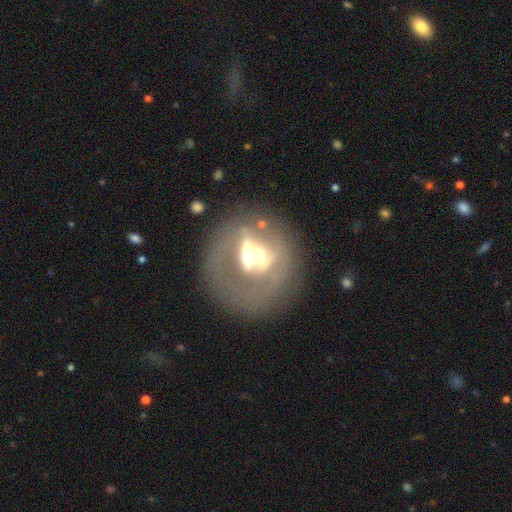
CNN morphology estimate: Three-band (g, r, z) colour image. It shows a featured or disk galaxy (61%) with no bar (59%), no spiral arms (82%) and a moderate central bulge (57%). Merging: none (46%).